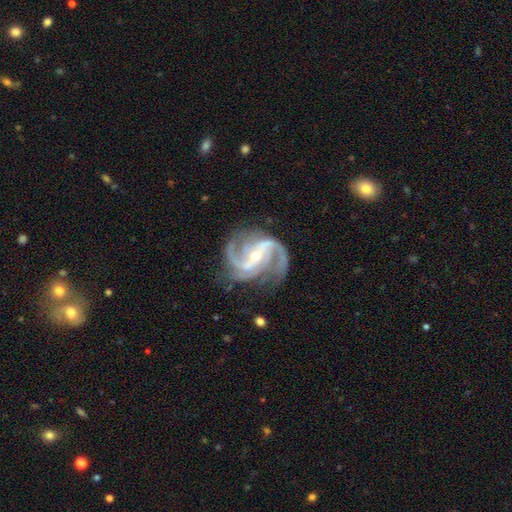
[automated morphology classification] A featured or disk galaxy (93%) with a strong bar (49%), 2 (45%) medium (59%) spiral arms (99%) and a small central bulge (64%).

Vote fractions:
- Smooth or featured? featured or disk: 93% / star or artifact: 5% / smooth: 2%
- Edge-on disk? no: 98% / yes: 2%
- Bar? strong: 49% / weak: 32% / no: 20%
- Spiral arms? yes: 99% / no: 1%
- Spiral winding? medium: 59% / loose: 23% / tight: 18%
- Spiral arm count? 2: 45% / 3: 34% / 4: 7% / can't tell: 6% / 1: 4% / more than 4: 4%
- Bulge size? small: 64% / moderate: 33% / large: 1% / none: 1% / dominant: 1%
- Merging? none: 72% / minor disturbance: 17% / major disturbance: 9% / merger: 2%